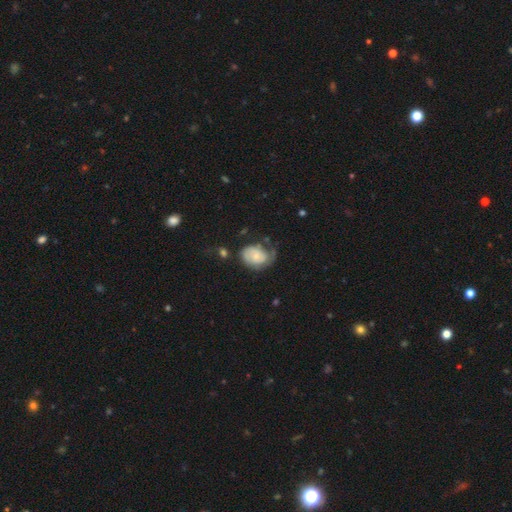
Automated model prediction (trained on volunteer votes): Smooth or featured? Predicted: smooth (p=0.47). Merging? Predicted: none (p=0.40).